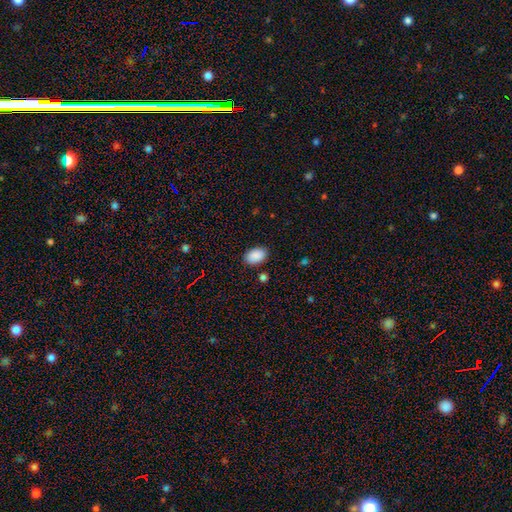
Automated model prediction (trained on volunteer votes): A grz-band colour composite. It shows a smooth galaxy with no disk features (89%) that is in between round and cigar-shaped (88%). Merging: none (87%).